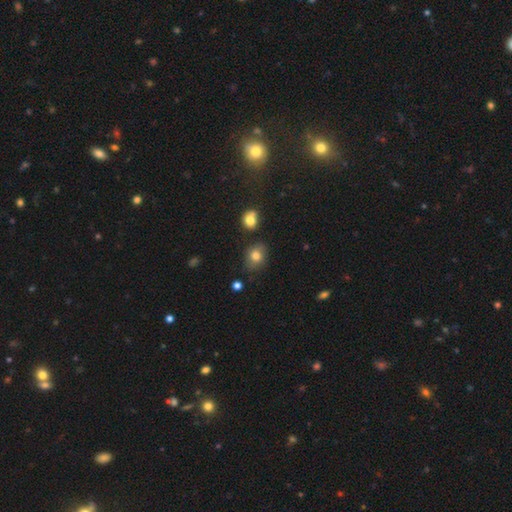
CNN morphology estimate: The model was most divided on "how rounded": in between: 51%, round: 48%, cigar-shaped: 1%. More confident: smooth or featured — smooth (79%); merging — none (71%).